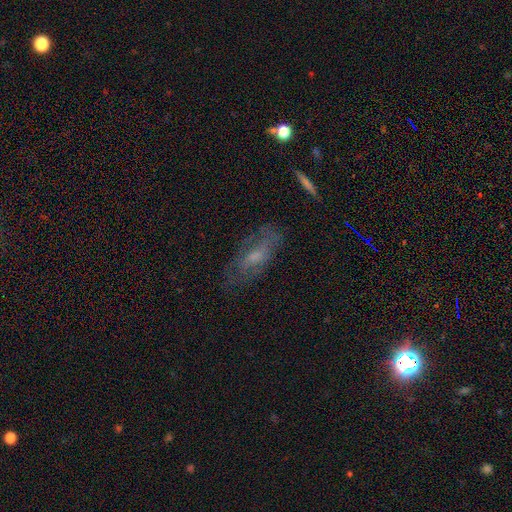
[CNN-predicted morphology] Smooth or featured? featured or disk (50%)
Edge-on disk? no (83%)
Merging? none (62%)